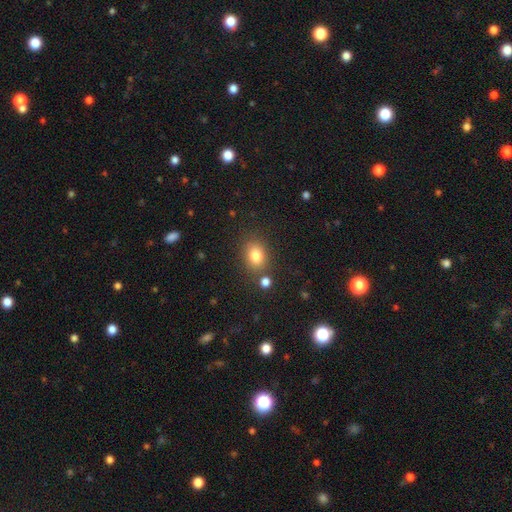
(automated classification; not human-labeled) smooth_or_featured: smooth (p=0.81) [alt: star or artifact p=0.11]
how_rounded: in between (p=0.58) [alt: round p=0.41]
merging: none (p=0.78) [alt: minor disturbance p=0.11]